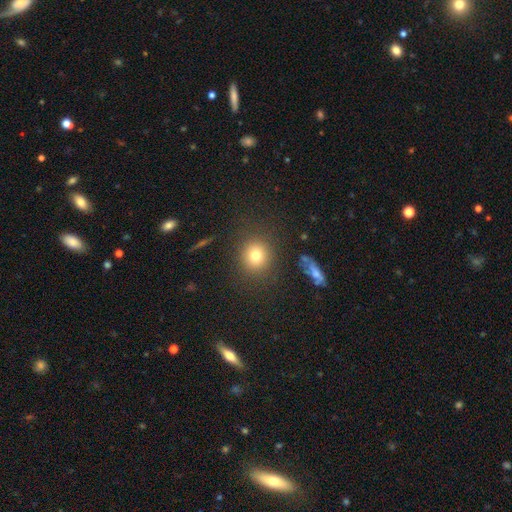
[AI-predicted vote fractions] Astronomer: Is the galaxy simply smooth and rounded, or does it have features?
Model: smooth — 77%.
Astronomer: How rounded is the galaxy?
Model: round — 85%.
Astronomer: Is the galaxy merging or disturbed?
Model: none — 85%.